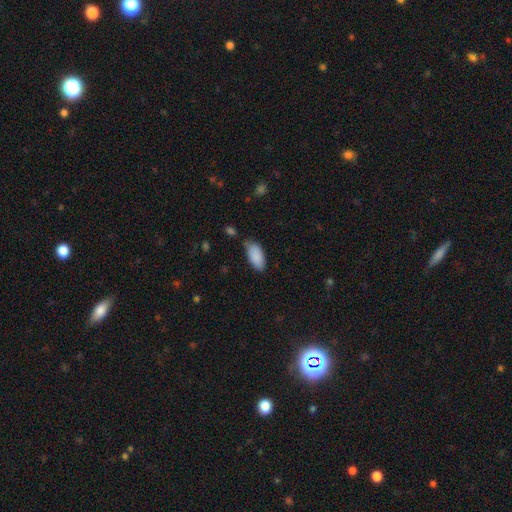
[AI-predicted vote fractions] Overall: smooth (89%). How rounded: in between (91%). Merging: none (70%).